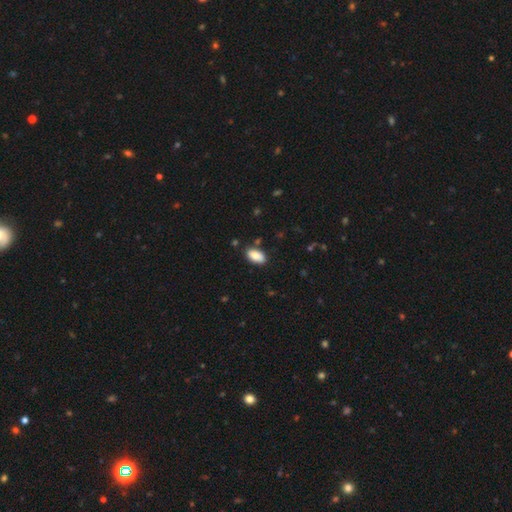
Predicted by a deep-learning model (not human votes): smooth_or_featured: smooth (p=0.87) [alt: star or artifact p=0.07]
how_rounded: in between (p=0.94) [alt: cigar-shaped p=0.03]
merging: none (p=0.84) [alt: minor disturbance p=0.11]